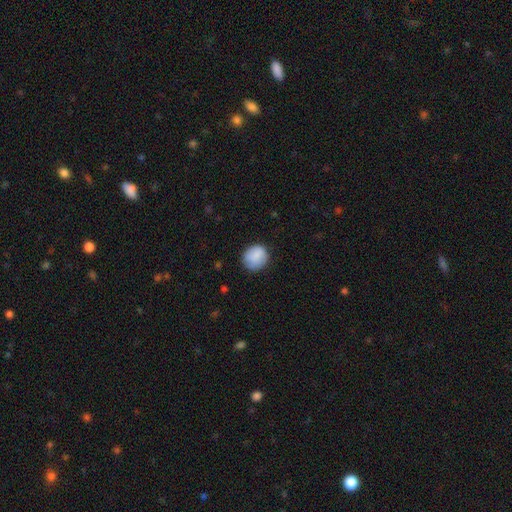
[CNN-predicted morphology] smooth_or_featured: smooth (p=0.86) [alt: star or artifact p=0.07]
how_rounded: round (p=0.81) [alt: in between p=0.18]
merging: none (p=0.79) [alt: minor disturbance p=0.16]